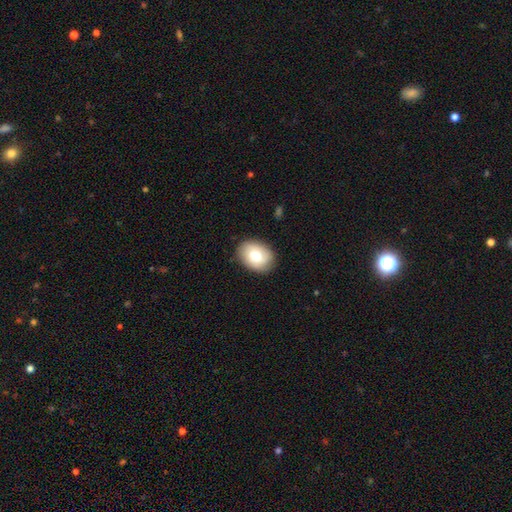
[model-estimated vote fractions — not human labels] Morphology: type=smooth (72%); roundness=in between (72%); merging=none (85%).